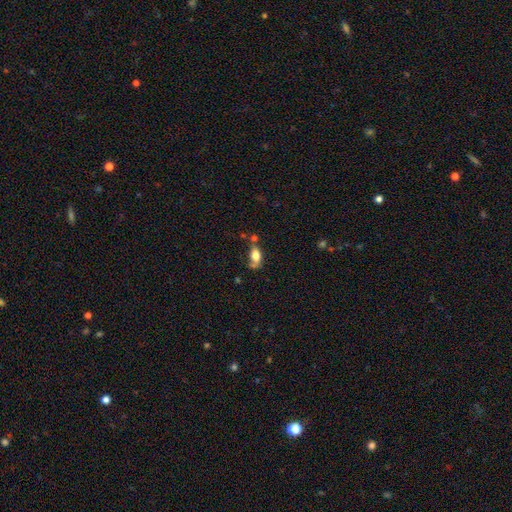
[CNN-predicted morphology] type=smooth (69%); roundness=in between (83%); merging=none (42%).